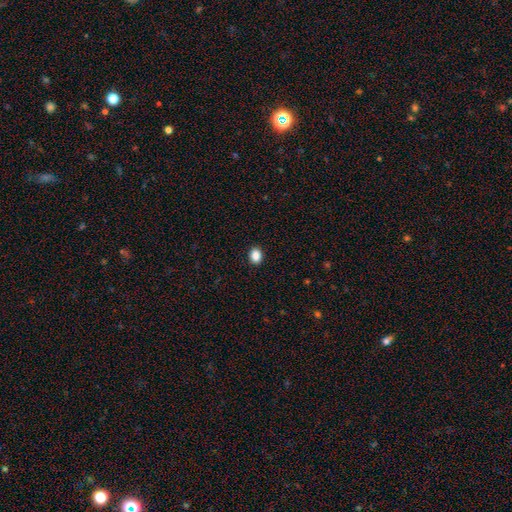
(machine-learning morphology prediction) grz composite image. It shows a smooth galaxy with no disk features (88%) that is in between round and cigar-shaped (59%). Merging: none (91%).